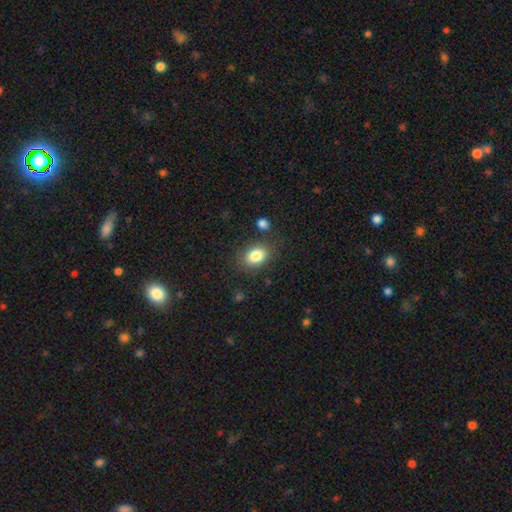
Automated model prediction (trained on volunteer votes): smooth-or-featured: smooth: 84% | star or artifact: 9% | featured or disk: 7%
  how-rounded: in between: 71% | round: 28% | cigar-shaped: 1%
  merging: none: 80% | minor disturbance: 12% | merger: 4% | major disturbance: 4%